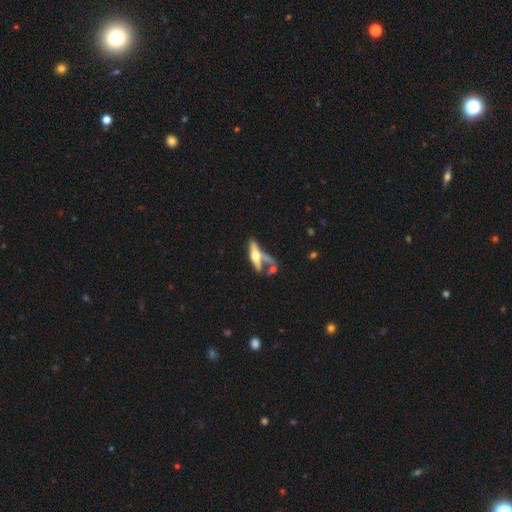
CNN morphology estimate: type=featured or disk (61%); edge-on=yes (88%); edge-on bulge=rounded (93%); merging=none (44%).